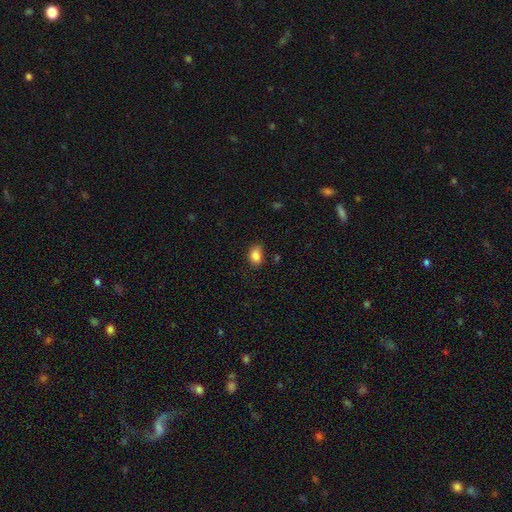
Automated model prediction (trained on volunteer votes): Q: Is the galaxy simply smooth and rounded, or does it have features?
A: smooth — 86%.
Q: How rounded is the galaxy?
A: in between — 77%.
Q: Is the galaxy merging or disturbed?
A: none — 69%.